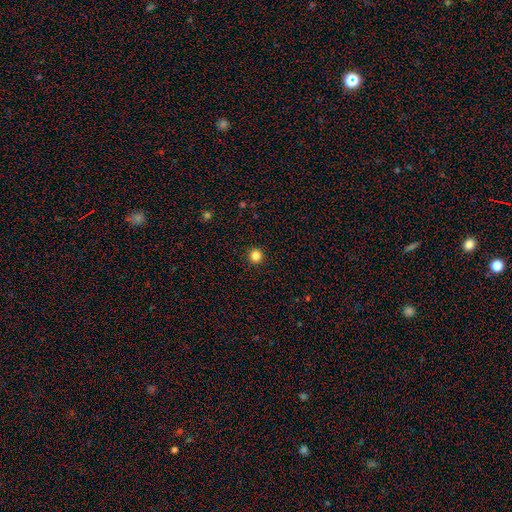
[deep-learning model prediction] smooth-or-featured: smooth: 84% | star or artifact: 12% | featured or disk: 3%
  how-rounded: round: 95% | in between: 4% | cigar-shaped: 1%
  merging: none: 93% | minor disturbance: 4% | major disturbance: 2% | merger: 1%